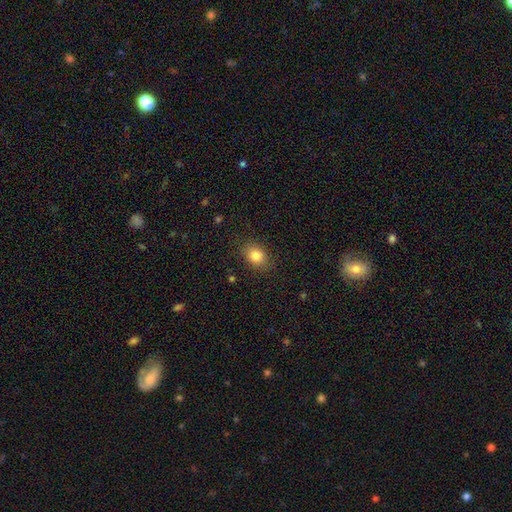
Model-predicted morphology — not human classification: This appears to be a smooth galaxy with no disk features (83%) that is in between round and cigar-shaped (61%). Merging: none (85%).